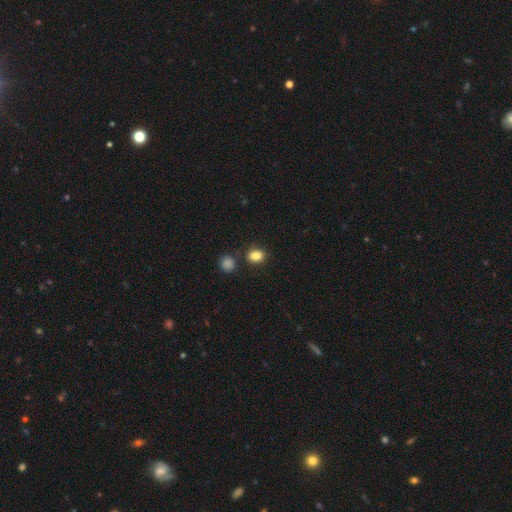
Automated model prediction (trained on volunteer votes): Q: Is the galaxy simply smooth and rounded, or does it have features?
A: smooth — 85%.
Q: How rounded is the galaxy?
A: in between — 61%.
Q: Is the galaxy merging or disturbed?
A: none — 79%.